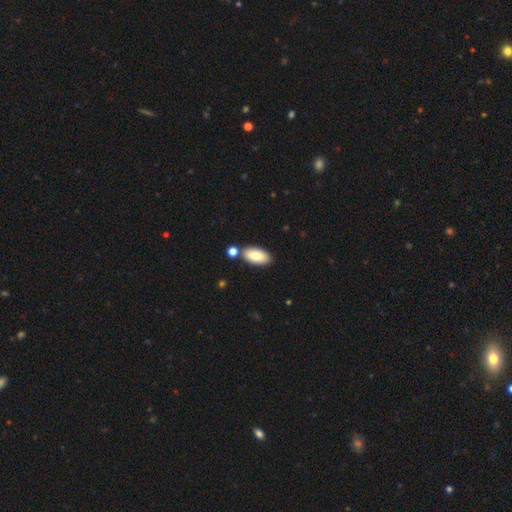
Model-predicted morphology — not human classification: A smooth galaxy with no disk features (85%) that is in between round and cigar-shaped (92%).

Vote fractions:
- Smooth or featured? smooth: 85% / featured or disk: 9% / star or artifact: 6%
- How rounded? in between: 92% / cigar-shaped: 6% / round: 2%
- Merging? none: 75% / merger: 13% / minor disturbance: 10% / major disturbance: 2%